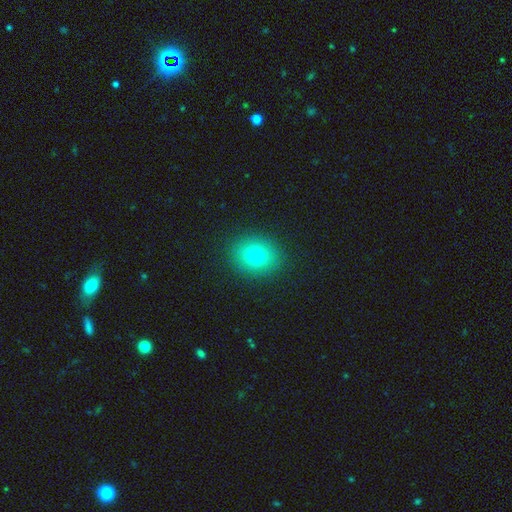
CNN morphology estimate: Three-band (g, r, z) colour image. It shows a smooth galaxy with no disk features (76%) that is round (66%). Merging: none (90%).